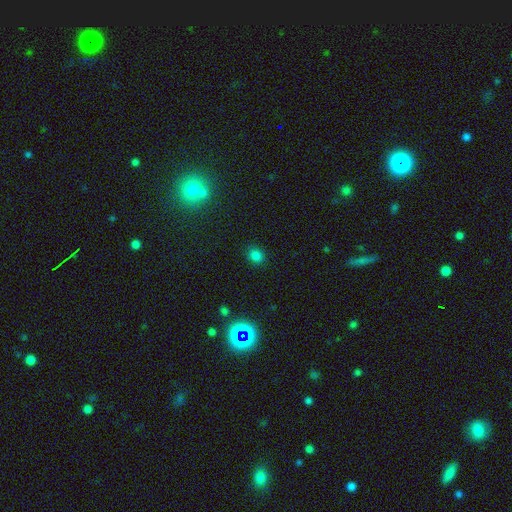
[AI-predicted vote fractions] A smooth galaxy with no disk features (77%) that is round (72%). Merging: none (88%).